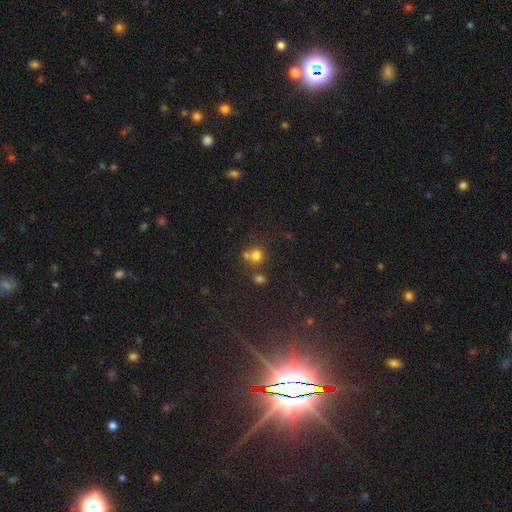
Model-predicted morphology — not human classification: This appears to be a smooth galaxy with no disk features (73%) that is round (80%). Merging: none (46%).